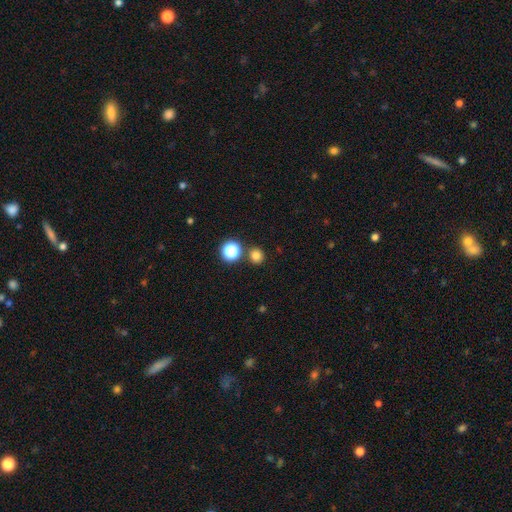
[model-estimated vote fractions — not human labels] Overall: smooth (77%). How rounded: round (88%). Merging: none (82%).